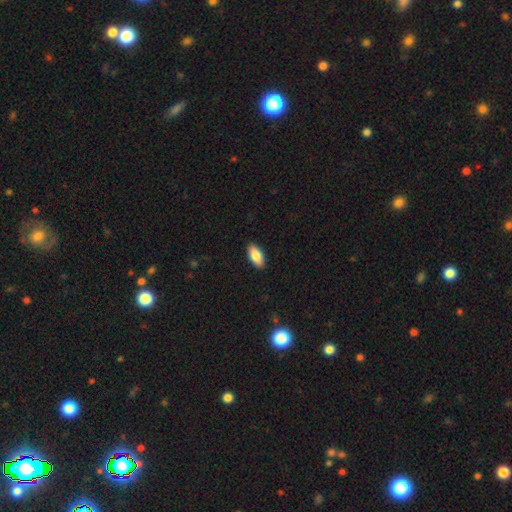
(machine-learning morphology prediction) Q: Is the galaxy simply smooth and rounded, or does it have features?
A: smooth — 83%.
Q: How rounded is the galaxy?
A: in between — 90%.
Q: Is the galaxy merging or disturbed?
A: none — 90%.